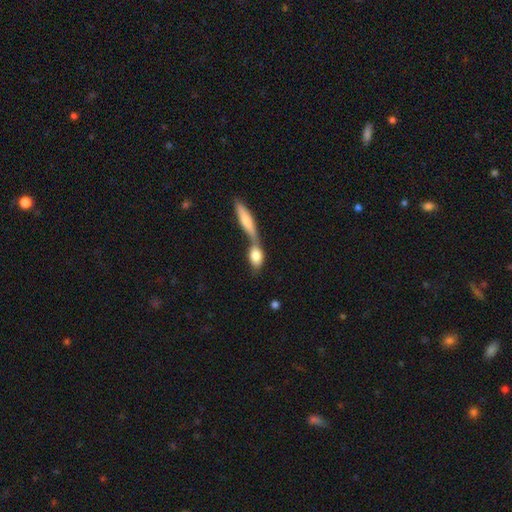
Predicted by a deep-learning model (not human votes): This is likely a smooth galaxy (77%). How rounded: likely in between (74%). Merging: possibly merger (59%).